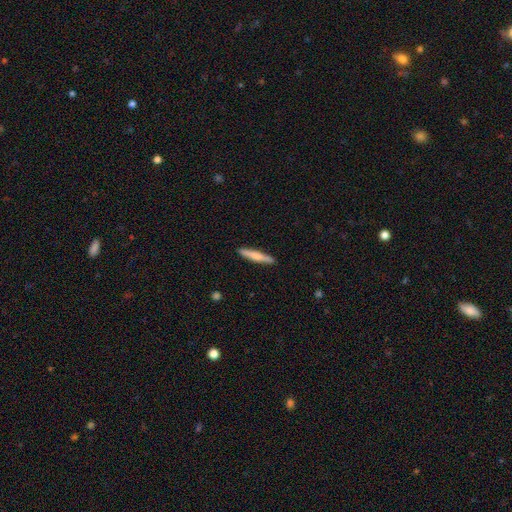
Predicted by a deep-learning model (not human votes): Smooth or featured?
  - smooth: 67% *
  - featured or disk: 28%
  - star or artifact: 5%
How rounded?
  - cigar-shaped: 92% *
  - in between: 6%
  - round: 1%
Merging?
  - none: 90% *
  - minor disturbance: 7%
  - major disturbance: 1%
  - merger: 1%